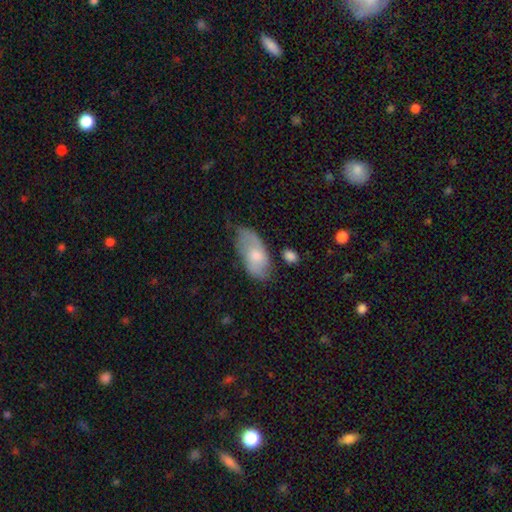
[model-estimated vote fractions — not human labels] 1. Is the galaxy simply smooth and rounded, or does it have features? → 56% smooth, 37% featured or disk, 7% star or artifact.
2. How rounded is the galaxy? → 91% in between, 6% cigar-shaped, 4% round.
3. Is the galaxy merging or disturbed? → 57% none, 31% minor disturbance, 8% major disturbance, 3% merger.